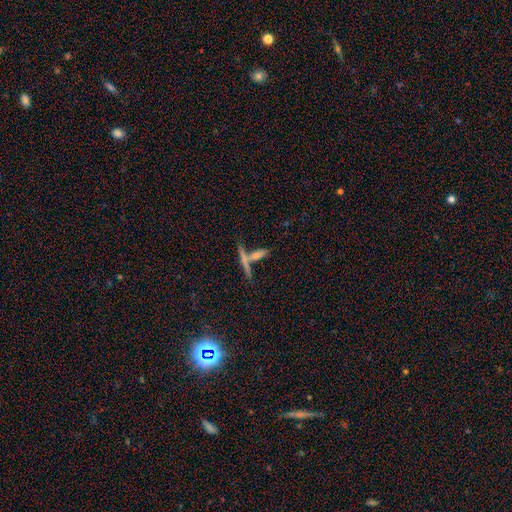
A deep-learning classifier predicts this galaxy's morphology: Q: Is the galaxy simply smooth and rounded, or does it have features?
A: smooth — 46%.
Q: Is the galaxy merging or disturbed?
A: none — 50%.